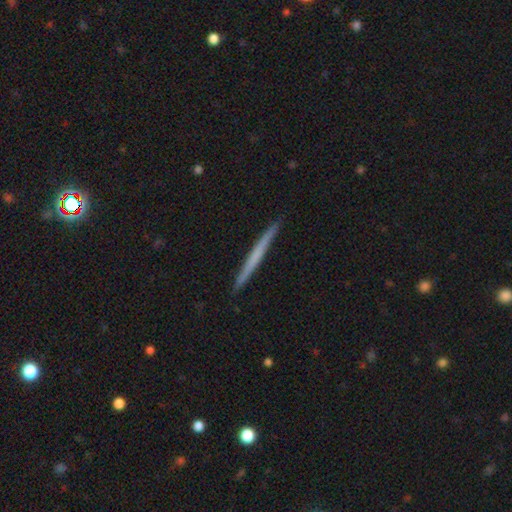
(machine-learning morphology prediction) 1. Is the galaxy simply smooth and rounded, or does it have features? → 48% smooth, 46% featured or disk, 5% star or artifact.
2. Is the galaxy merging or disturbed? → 92% none, 5% minor disturbance, 1% major disturbance, 1% merger.